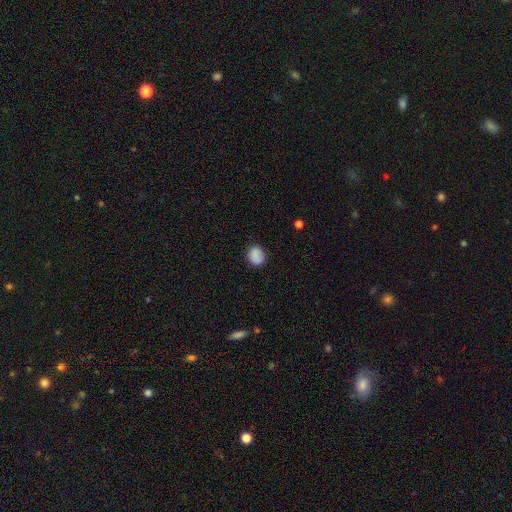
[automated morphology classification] A smooth galaxy with no disk features (86%) that is round (64%). Merging: none (83%).